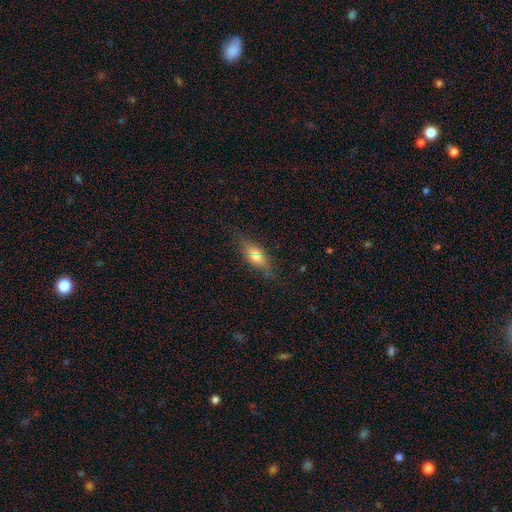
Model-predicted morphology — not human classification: Overall: smooth (54%; featured or disk 35%). How rounded: in between (63%; cigar-shaped 32%). Merging: none (79%).